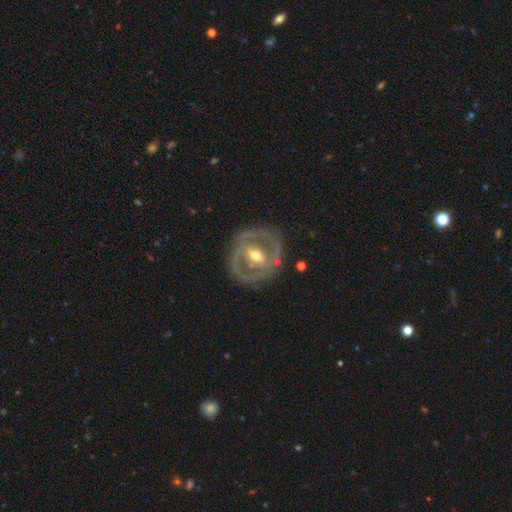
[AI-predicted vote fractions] Morphology: type=featured or disk (77%); edge-on=no (95%); bar=weak (38%); spiral arms=no (53%); bulge=moderate (71%); merging=none (75%).